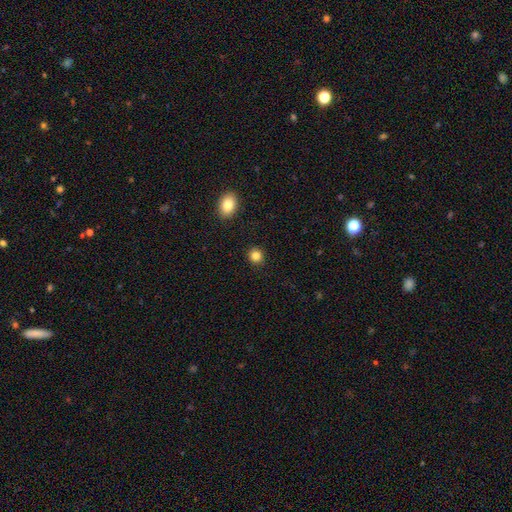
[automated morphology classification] smooth_or_featured: smooth (p=0.84) [alt: star or artifact p=0.11]
how_rounded: round (p=0.86) [alt: in between p=0.13]
merging: none (p=0.91) [alt: minor disturbance p=0.06]